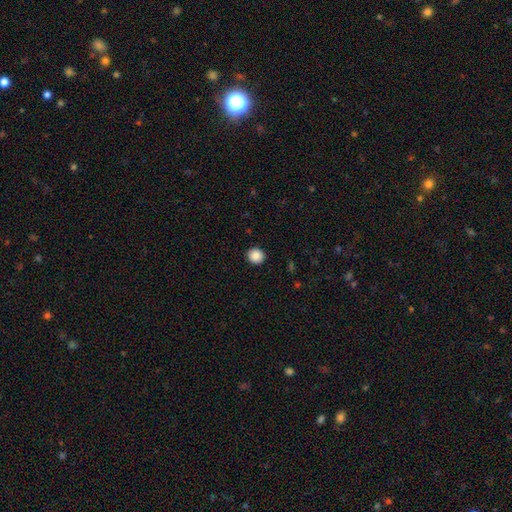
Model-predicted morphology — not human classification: Smooth or featured: smooth — 88% (star or artifact — 9%)
How rounded: round — 90% (in between — 10%)
Merging: none — 92% (minor disturbance — 5%)